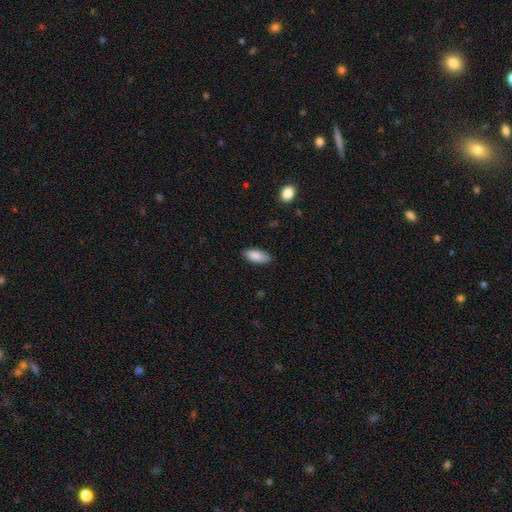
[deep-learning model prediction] Morphology: type=smooth (87%); roundness=in between (86%); merging=none (83%).